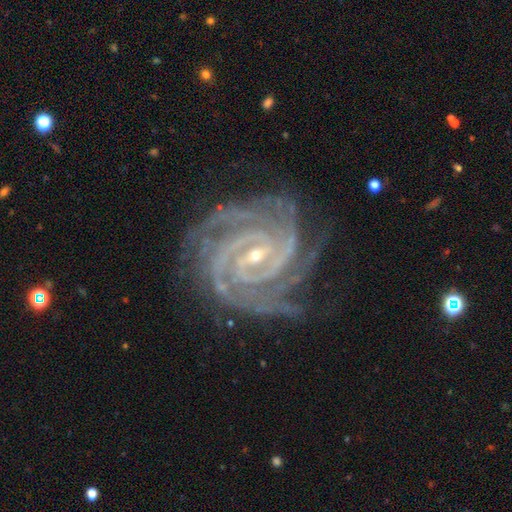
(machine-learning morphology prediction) A featured or disk galaxy (93%) with a weak bar (41%, tied with strong), 4 (28%) tight (76%) spiral arms (99%) and a small central bulge (80%). Merging: none (74%).